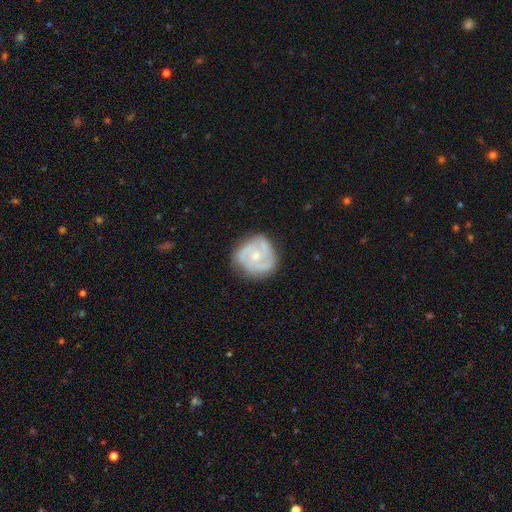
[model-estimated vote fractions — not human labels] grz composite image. It shows a featured or disk galaxy (71%) with no bar (74%), 2 (33%, tied with 3) tight (48%) spiral arms (84%) and a moderate central bulge (48%). Merging: none (68%).